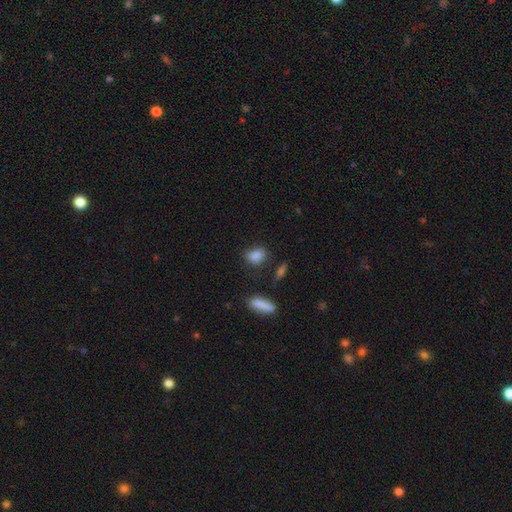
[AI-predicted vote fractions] Q: Smooth or featured?
A: smooth (85%); runner-up: star or artifact (9%)
Q: How rounded?
A: in between (68%); runner-up: round (28%)
Q: Merging?
A: none (71%); runner-up: minor disturbance (18%)